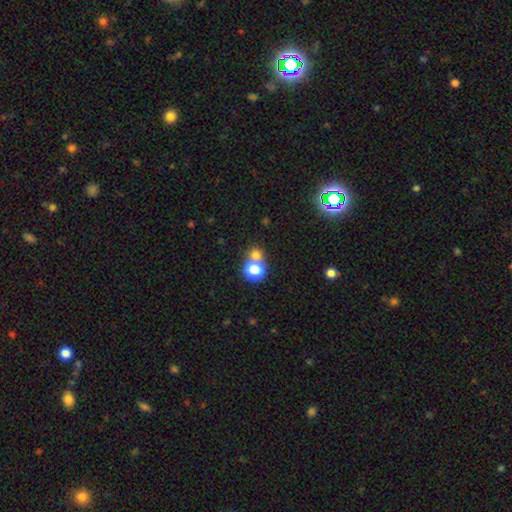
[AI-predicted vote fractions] A smooth galaxy with no disk features (71%) that is round (85%). Merging: none (52%).